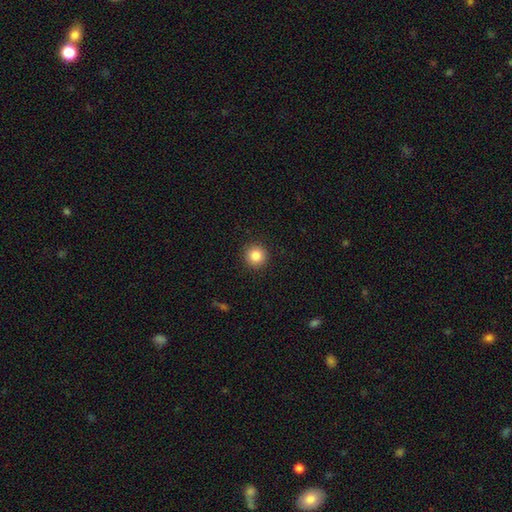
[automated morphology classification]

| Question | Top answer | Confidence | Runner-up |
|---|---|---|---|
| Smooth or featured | smooth | 84% | star or artifact (10%) |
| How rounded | round | 95% | in between (4%) |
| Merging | none | 92% | minor disturbance (5%) |